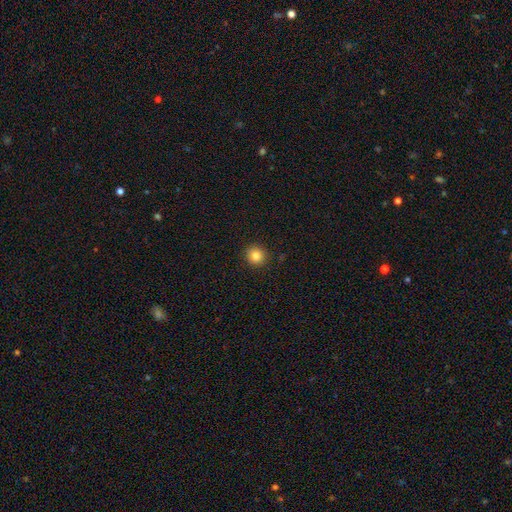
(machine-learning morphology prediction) smooth-or-featured: smooth: 84% | star or artifact: 11% | featured or disk: 5%
  how-rounded: round: 90% | in between: 9% | cigar-shaped: 1%
  merging: none: 92% | minor disturbance: 6% | major disturbance: 2% | merger: 1%